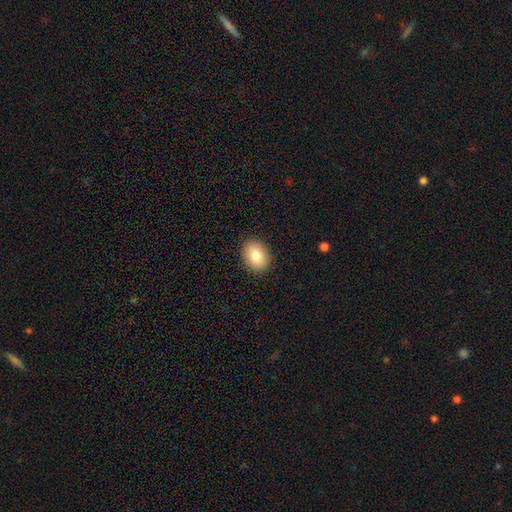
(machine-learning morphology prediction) This is clearly a smooth galaxy (83%). How rounded: likely in between (64%). Merging: clearly none (89%).